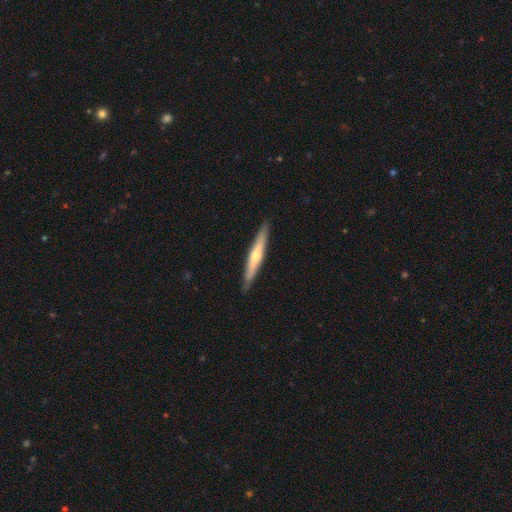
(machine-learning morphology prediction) Smooth or featured? Predicted: featured or disk (p=0.53). Edge-on disk? Predicted: yes (p=0.95). Edge-on bulge? Predicted: rounded (p=0.72). Merging? Predicted: none (p=0.90).